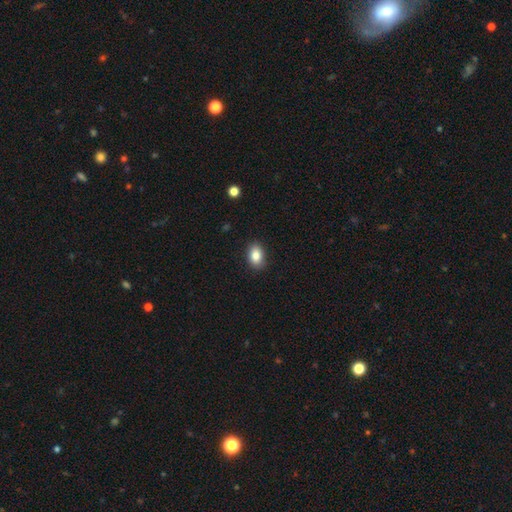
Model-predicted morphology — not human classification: smooth_or_featured: smooth (p=0.85) [alt: star or artifact p=0.08]
how_rounded: in between (p=0.85) [alt: round p=0.13]
merging: none (p=0.88) [alt: minor disturbance p=0.09]